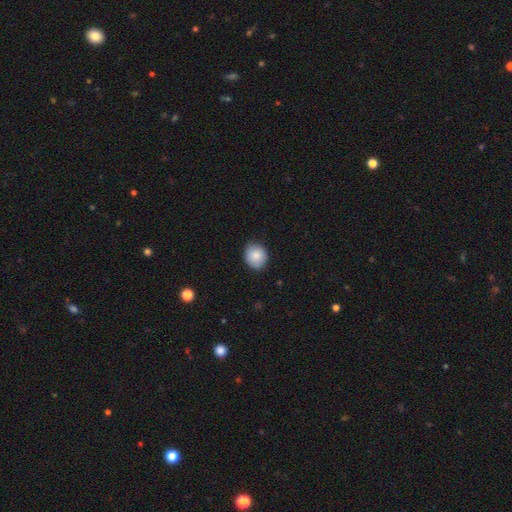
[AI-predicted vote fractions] This appears to be a smooth galaxy with no disk features (84%) that is round (71%). Merging: none (81%).